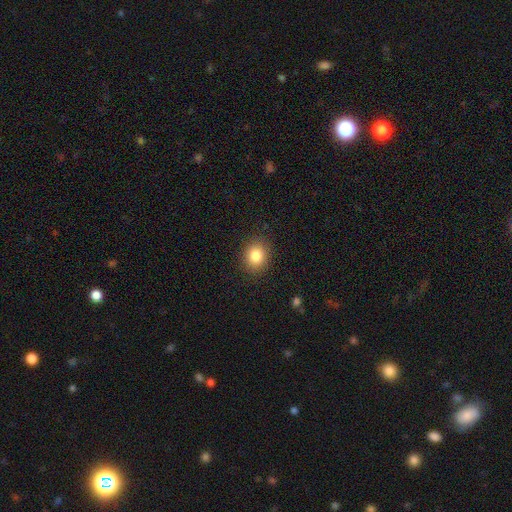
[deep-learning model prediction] smooth-or-featured: smooth: 83% | star or artifact: 10% | featured or disk: 7%
  how-rounded: round: 62% | in between: 37% | cigar-shaped: 1%
  merging: none: 89% | minor disturbance: 8% | major disturbance: 3% | merger: 1%